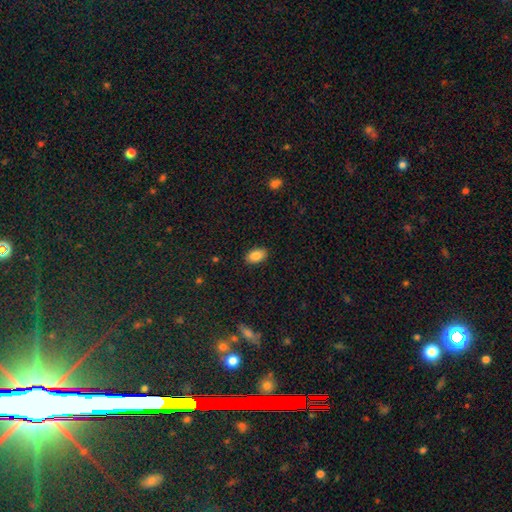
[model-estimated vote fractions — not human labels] This appears to be a smooth galaxy with no disk features (85%) that is in between round and cigar-shaped (91%). Merging: none (88%).